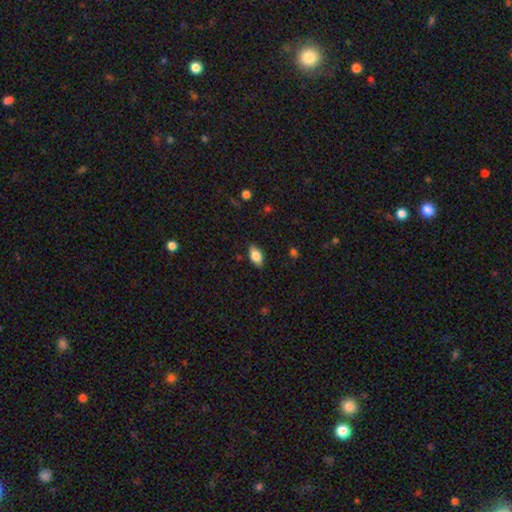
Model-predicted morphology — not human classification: Smooth or featured? Predicted: smooth (p=0.81). How rounded? Predicted: in between (p=0.90). Merging? Predicted: none (p=0.85).